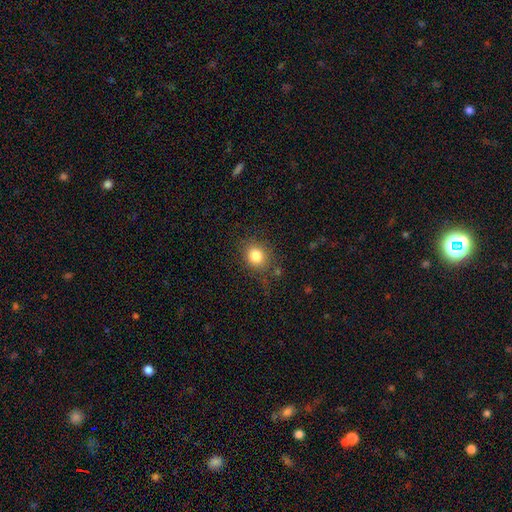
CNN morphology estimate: smooth_or_featured: smooth (p=0.82) [alt: star or artifact p=0.11]
how_rounded: round (p=0.70) [alt: in between p=0.29]
merging: none (p=0.77) [alt: minor disturbance p=0.15]